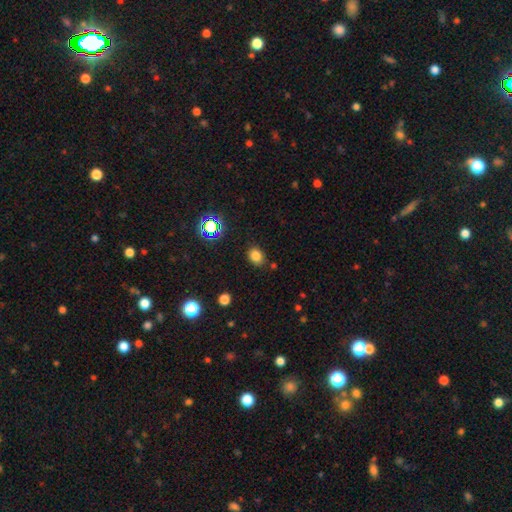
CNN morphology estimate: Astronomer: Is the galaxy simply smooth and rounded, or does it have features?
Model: smooth — 79%.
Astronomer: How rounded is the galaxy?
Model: in between — 61% (runner-up: round, 38%).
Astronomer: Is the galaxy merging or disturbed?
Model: none — 82%.